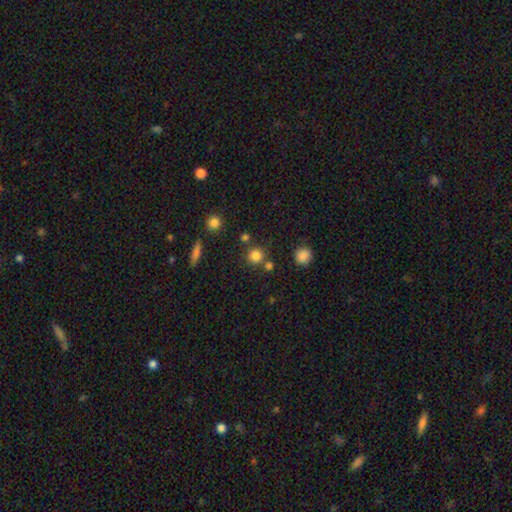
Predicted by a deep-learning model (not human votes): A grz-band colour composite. It shows a smooth galaxy with no disk features (80%) that is round (92%). Merging: none (76%).